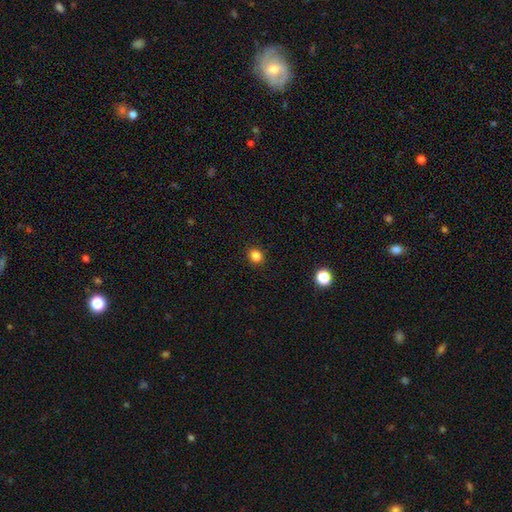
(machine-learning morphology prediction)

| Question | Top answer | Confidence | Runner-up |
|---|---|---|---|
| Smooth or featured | smooth | 84% | star or artifact (12%) |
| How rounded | round | 68% | in between (31%) |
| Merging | none | 90% | minor disturbance (7%) |